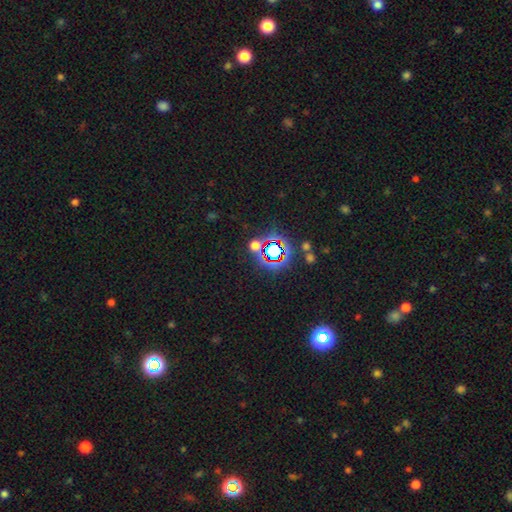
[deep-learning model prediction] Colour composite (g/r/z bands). It shows a star or artifact, not a galaxy (72%).